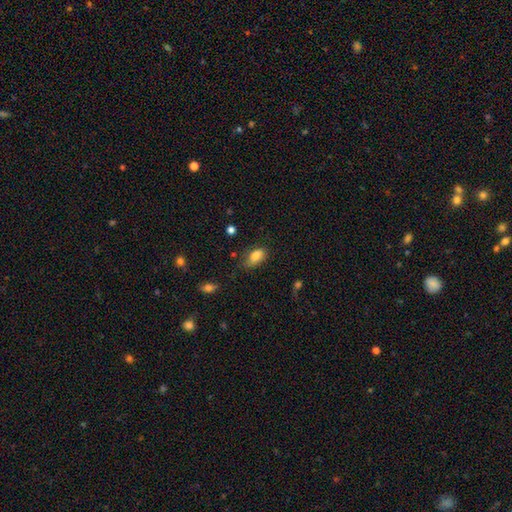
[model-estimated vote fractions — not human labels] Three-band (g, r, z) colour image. It shows a smooth galaxy with no disk features (83%) that is in between round and cigar-shaped (90%). Merging: none (60%).